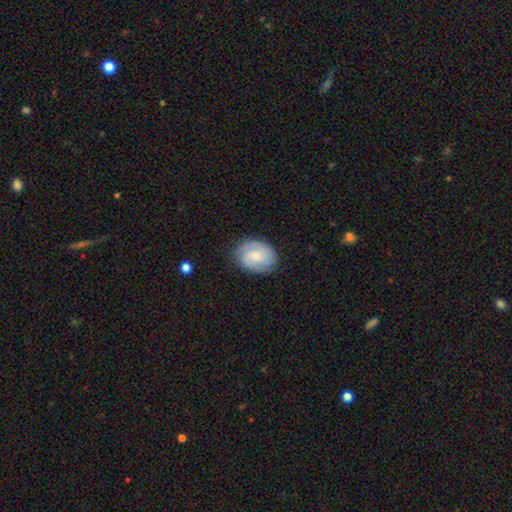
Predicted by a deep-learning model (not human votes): smooth-or-featured: featured or disk: 70% | smooth: 24% | star or artifact: 6%
  disk-edge-on: no: 98% | yes: 2%
    bar: no: 54% | weak: 41% | strong: 6%
    has-spiral-arms: yes: 94% | no: 6%
      spiral-winding: tight: 52% | medium: 38% | loose: 10%
      spiral-arm-count: 2: 61% | can't tell: 16% | 3: 14% | 1: 4% | 4: 3% | more than 4: 2%
    bulge-size: small: 44% | moderate: 42% | none: 8% | large: 5% | dominant: 1%
  merging: none: 80% | minor disturbance: 15% | major disturbance: 4% | merger: 1%